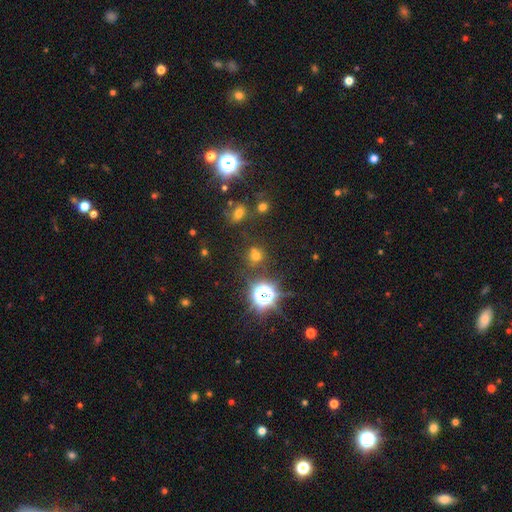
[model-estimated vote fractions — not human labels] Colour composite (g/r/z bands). It shows a smooth galaxy with no disk features (49%). Merging: none (72%).